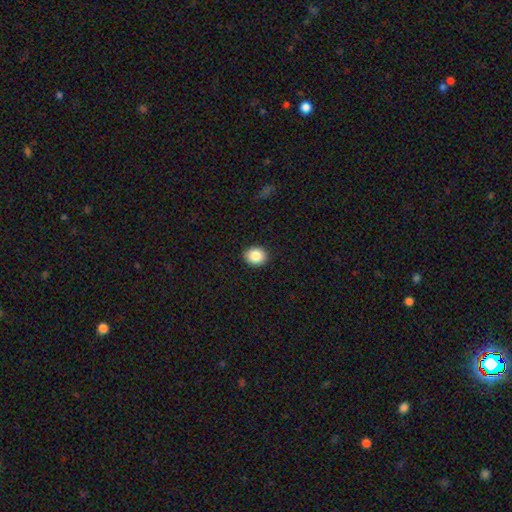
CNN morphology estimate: This is clearly a smooth galaxy (87%). How rounded: likely round (76%). Merging: clearly none (91%).